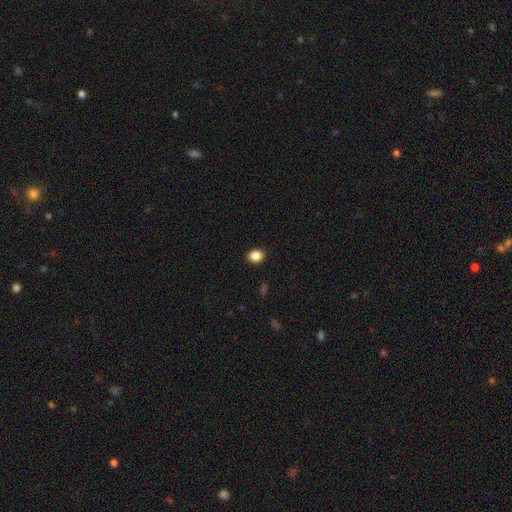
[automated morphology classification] type=smooth (87%); roundness=round (59%); merging=none (91%).